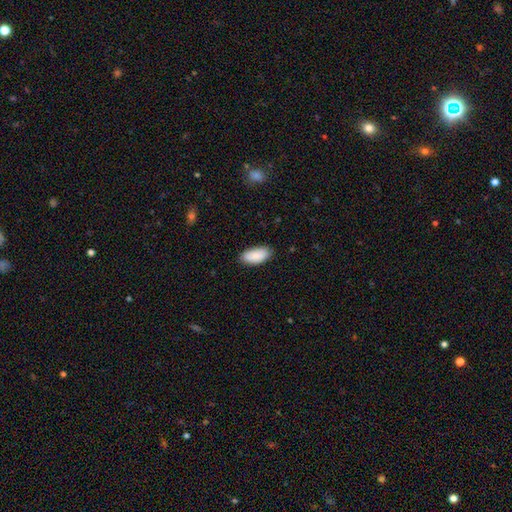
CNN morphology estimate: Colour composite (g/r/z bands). It shows a smooth galaxy with no disk features (86%) that is in between round and cigar-shaped (94%). Merging: none (84%).